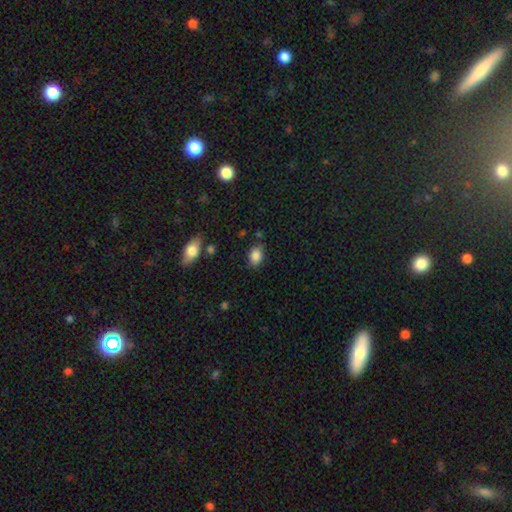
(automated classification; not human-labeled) Morphology: type=smooth (86%); roundness=in between (73%); merging=none (79%).